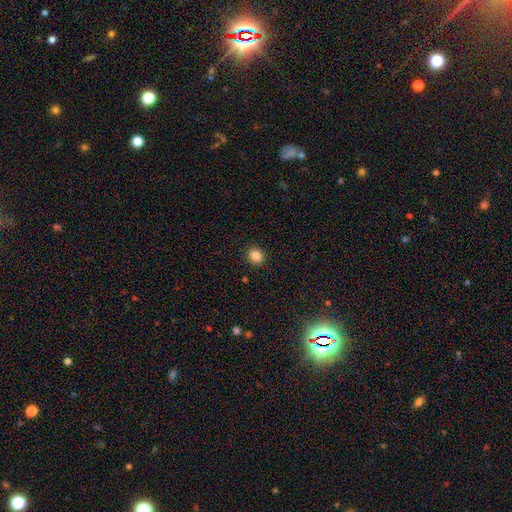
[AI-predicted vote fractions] smooth-or-featured: smooth: 85% | star or artifact: 11% | featured or disk: 4%
  how-rounded: round: 84% | in between: 15% | cigar-shaped: 1%
  merging: none: 92% | minor disturbance: 5% | major disturbance: 2% | merger: 1%